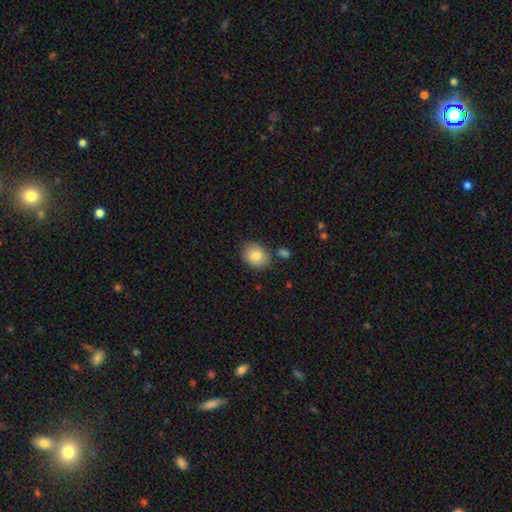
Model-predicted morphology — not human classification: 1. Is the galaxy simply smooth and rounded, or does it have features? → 82% smooth, 10% featured or disk, 8% star or artifact.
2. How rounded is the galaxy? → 52% round, 47% in between, 1% cigar-shaped.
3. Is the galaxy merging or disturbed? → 78% none, 13% minor disturbance, 6% merger, 3% major disturbance.